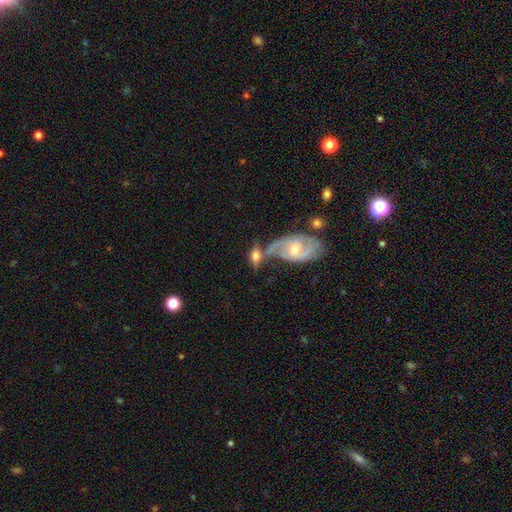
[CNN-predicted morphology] A featured or disk galaxy (51%).

Vote fractions:
- Smooth or featured? featured or disk: 51% / smooth: 40% / star or artifact: 8%
- Edge-on disk? no: 87% / yes: 13%
- Merging? merger: 51% / none: 27% / minor disturbance: 13% / major disturbance: 9%